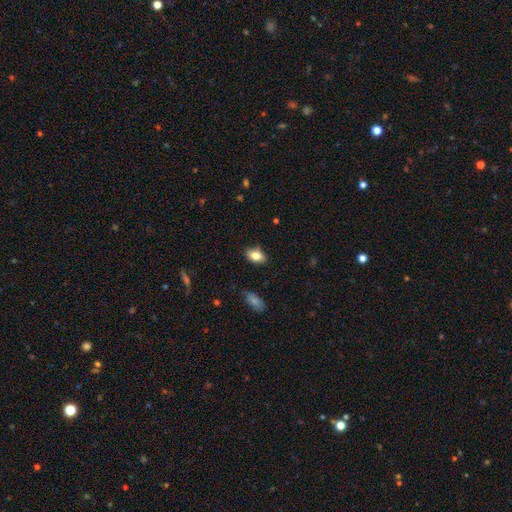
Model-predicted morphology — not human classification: type=smooth (80%); roundness=in between (86%); merging=none (81%).